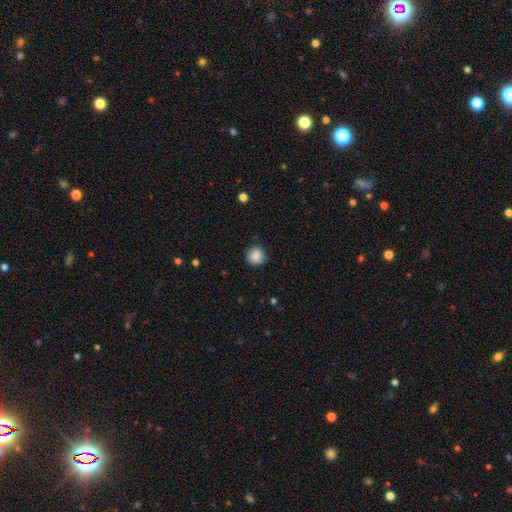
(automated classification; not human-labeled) This is clearly a smooth galaxy (88%). How rounded: clearly round (92%). Merging: clearly none (88%).